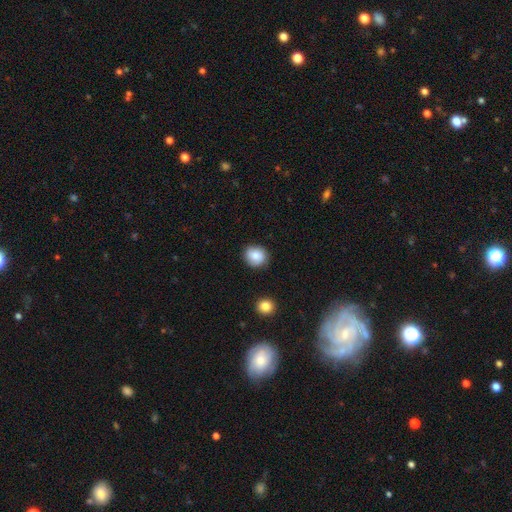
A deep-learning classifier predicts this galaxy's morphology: Smooth or featured?
  - smooth: 79% *
  - featured or disk: 12%
  - star or artifact: 9%
How rounded?
  - round: 85% *
  - in between: 14%
  - cigar-shaped: 1%
Merging?
  - none: 85% *
  - minor disturbance: 11%
  - major disturbance: 3%
  - merger: 2%